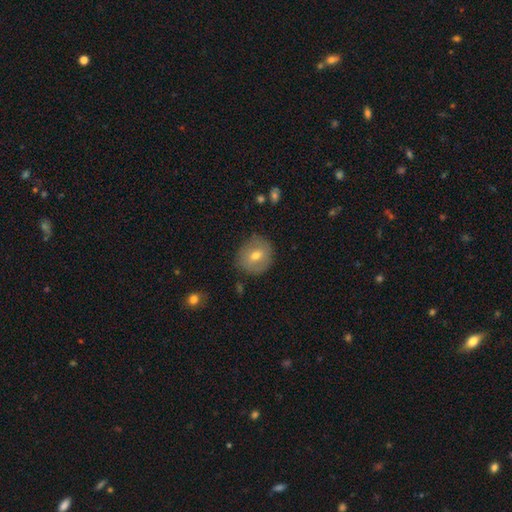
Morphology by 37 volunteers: Smooth or featured?
  - smooth: 51% *
  - featured or disk: 38%
  - star or artifact: 11%
How rounded?
  - round: 84% *
  - in between: 16%
  - cigar-shaped: 0%
Merging?
  - none: 85% *
  - minor disturbance: 9%
  - major disturbance: 6%
  - merger: 0%